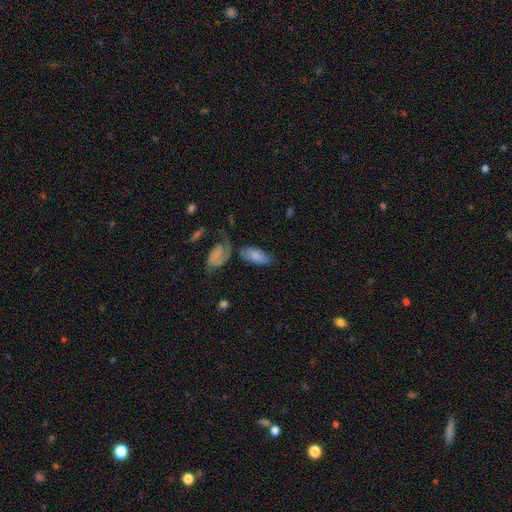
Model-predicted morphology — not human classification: Smooth or featured?
  - smooth: 73% *
  - featured or disk: 20%
  - star or artifact: 7%
How rounded?
  - in between: 90% *
  - cigar-shaped: 7%
  - round: 3%
Merging?
  - none: 48% *
  - minor disturbance: 20%
  - merger: 18%
  - major disturbance: 14%